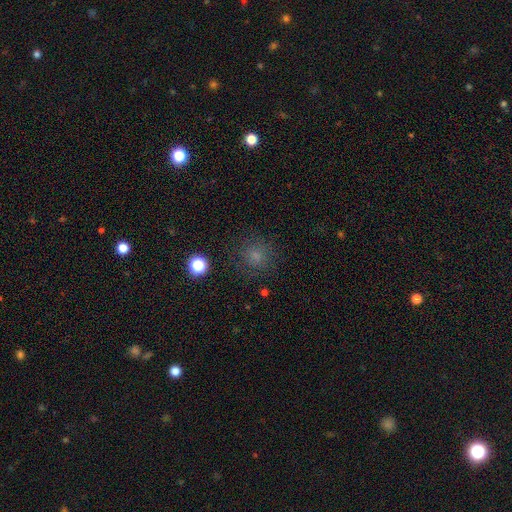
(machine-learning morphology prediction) This is likely a smooth galaxy (73%). How rounded: clearly round (89%). Merging: clearly none (82%).